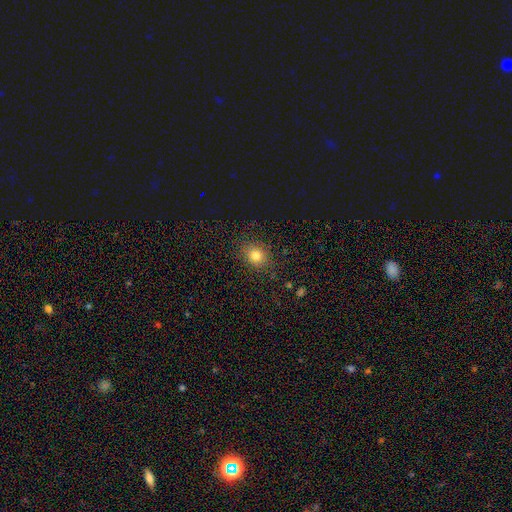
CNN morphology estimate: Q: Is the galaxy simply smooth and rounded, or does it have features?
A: smooth — 80%.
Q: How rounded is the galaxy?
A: round — 63%.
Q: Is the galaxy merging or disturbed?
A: none — 85%.